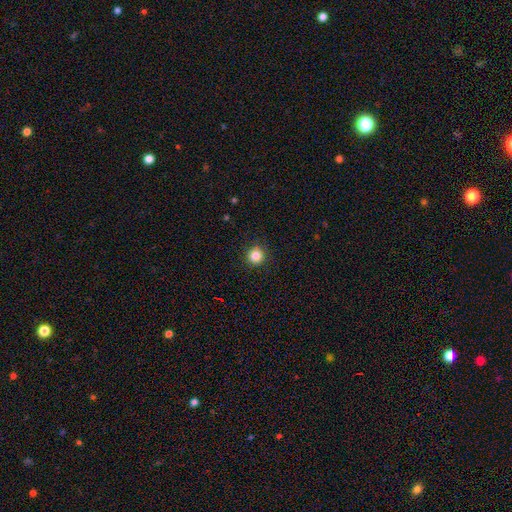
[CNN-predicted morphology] type=smooth (84%); roundness=round (93%); merging=none (90%).